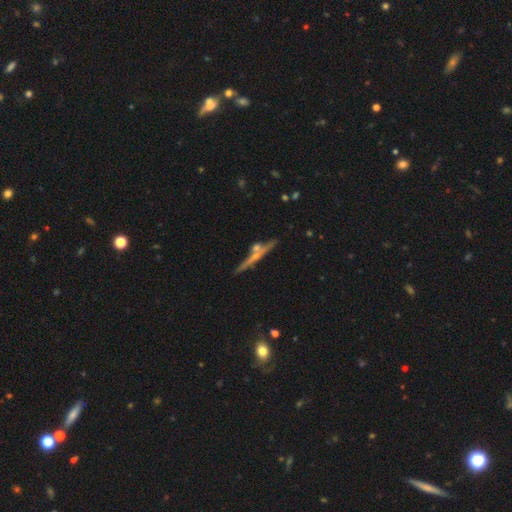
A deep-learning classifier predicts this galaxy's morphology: Smooth or featured?
  - featured or disk: 65% *
  - smooth: 27%
  - star or artifact: 8%
Edge-on disk?
  - yes: 94% *
  - no: 6%
Edge-on bulge?
  - rounded: 52% *
  - none: 41%
  - boxy: 7%
Merging?
  - none: 74% *
  - minor disturbance: 12%
  - merger: 10%
  - major disturbance: 4%